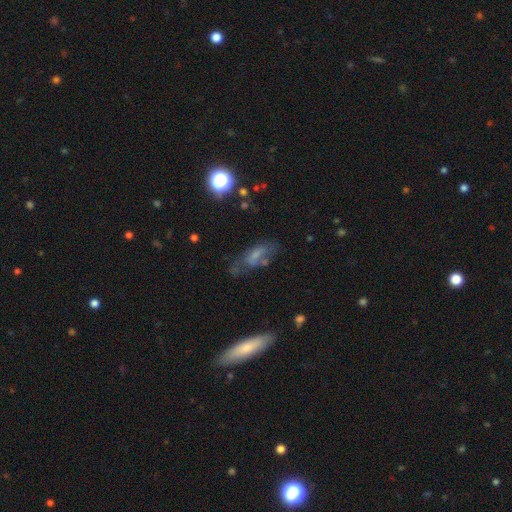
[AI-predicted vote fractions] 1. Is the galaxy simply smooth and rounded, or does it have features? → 46% smooth, 39% featured or disk, 15% star or artifact.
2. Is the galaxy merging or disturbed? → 45% none, 25% minor disturbance, 22% major disturbance, 8% merger.